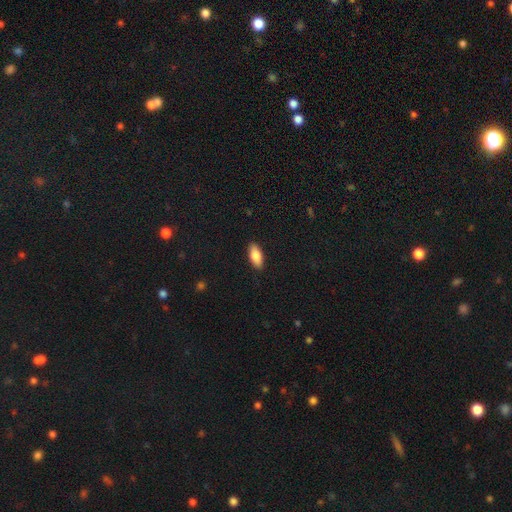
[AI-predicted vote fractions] Smooth or featured? smooth (84%)
How rounded? in between (84%)
Merging? none (89%)